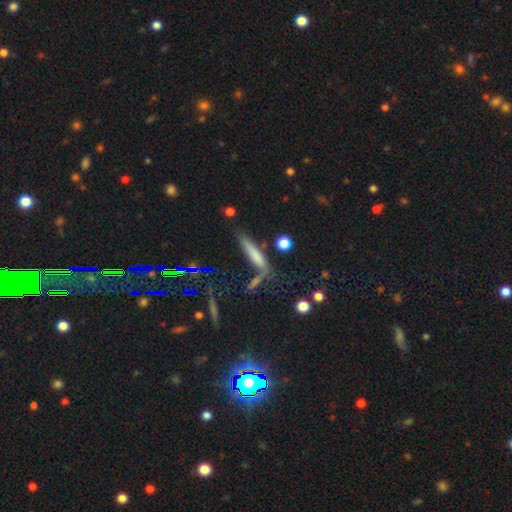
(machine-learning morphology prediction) Smooth or featured? Predicted: smooth (p=0.67). How rounded? Predicted: cigar-shaped (p=0.82). Merging? Predicted: none (p=0.64).